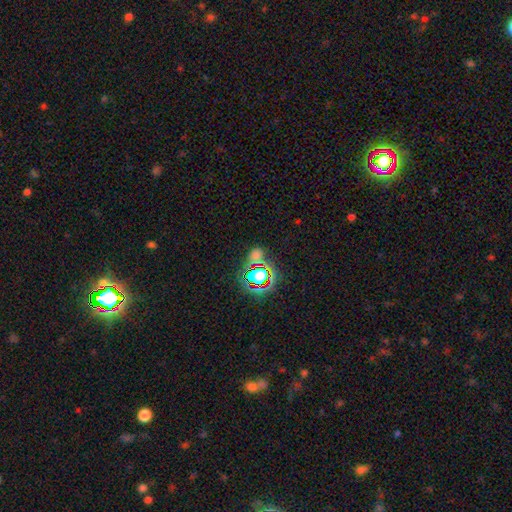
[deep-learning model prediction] A smooth galaxy with no disk features (47%). Merging: none (64%).